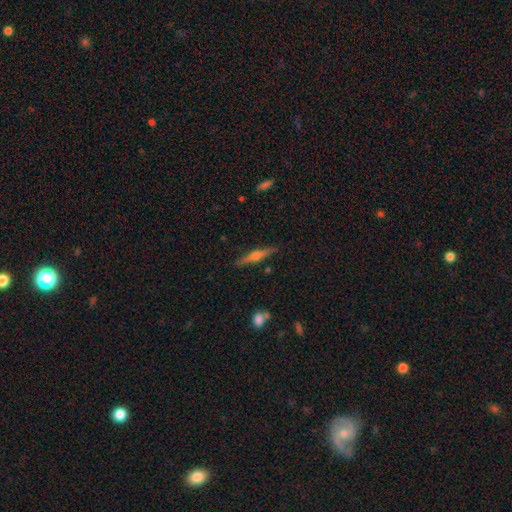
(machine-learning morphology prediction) A featured or disk galaxy (68%) viewed edge-on (98%) with a rounded central bulge (86%).

Vote fractions:
- Smooth or featured? featured or disk: 68% / smooth: 25% / star or artifact: 6%
- Edge-on disk? yes: 98% / no: 2%
- Edge-on bulge? rounded: 86% / boxy: 9% / none: 5%
- Merging? none: 89% / minor disturbance: 8% / major disturbance: 2% / merger: 2%